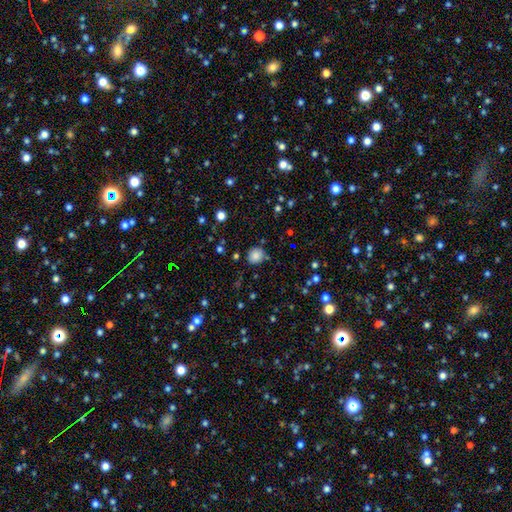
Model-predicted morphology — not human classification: Q: Smooth or featured?
A: smooth (84%); runner-up: star or artifact (11%)
Q: How rounded?
A: round (88%); runner-up: in between (11%)
Q: Merging?
A: none (82%); runner-up: minor disturbance (12%)